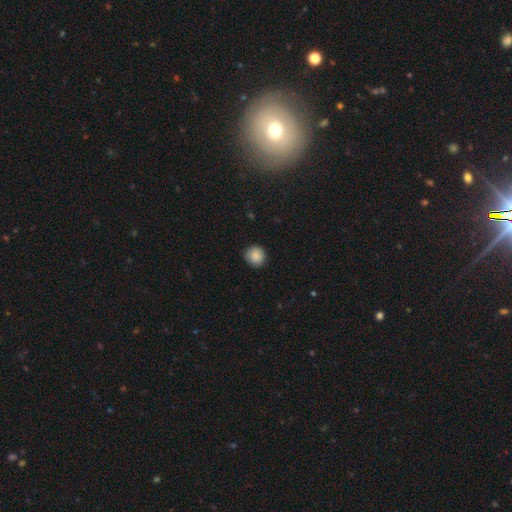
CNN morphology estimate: A smooth galaxy with no disk features (87%) that is round (91%).

Vote fractions:
- Smooth or featured? smooth: 87% / star or artifact: 8% / featured or disk: 4%
- How rounded? round: 91% / in between: 8% / cigar-shaped: 1%
- Merging? none: 86% / minor disturbance: 11% / major disturbance: 2% / merger: 1%